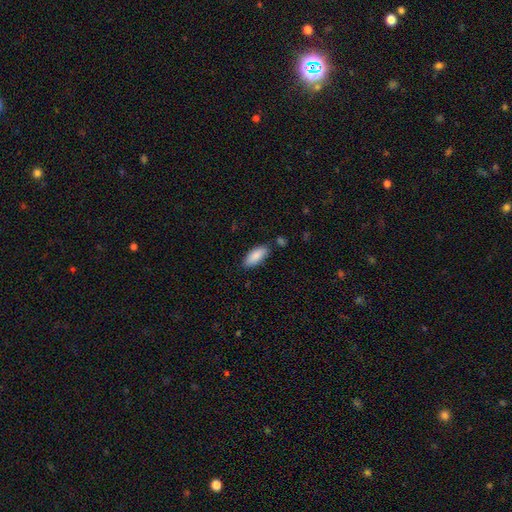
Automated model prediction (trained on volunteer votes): Smooth or featured? Predicted: smooth (p=0.88). How rounded? Predicted: in between (p=0.84). Merging? Predicted: none (p=0.79).